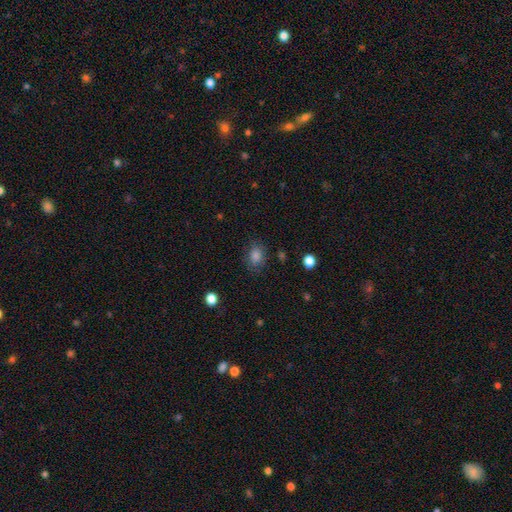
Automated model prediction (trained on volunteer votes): Smooth or featured: smooth — 81% (star or artifact — 12%)
How rounded: in between — 54% (round — 45%)
Merging: none — 80% (minor disturbance — 14%)